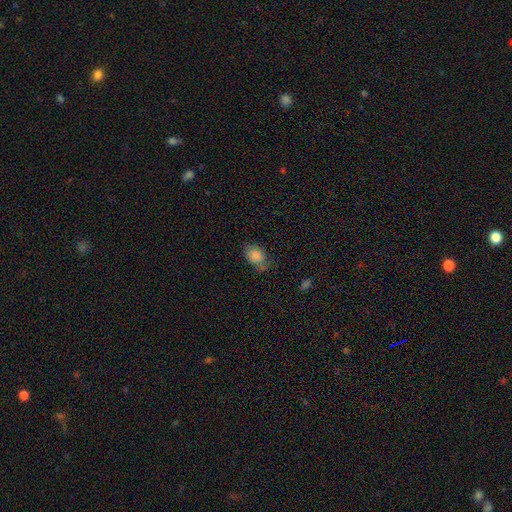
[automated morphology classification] type=smooth (82%); roundness=in between (76%); merging=none (53%).